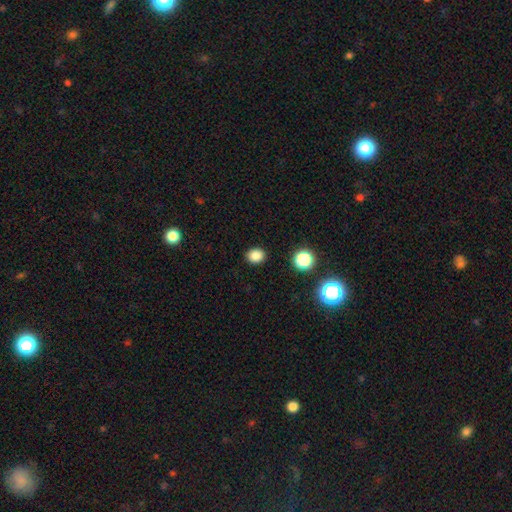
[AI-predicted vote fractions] Smooth or featured: smooth — 84% (star or artifact — 12%)
How rounded: round — 64% (in between — 35%)
Merging: none — 90% (minor disturbance — 6%)